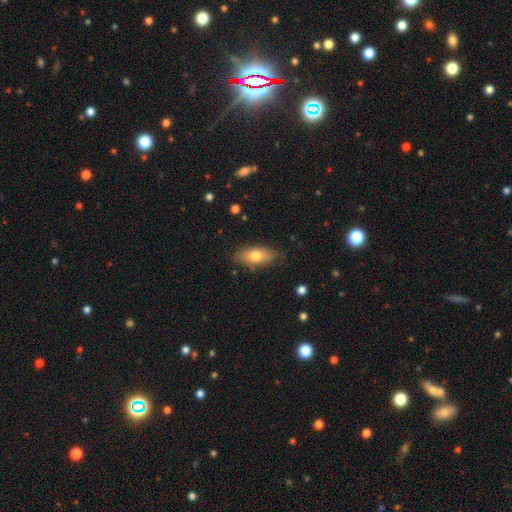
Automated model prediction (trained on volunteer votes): The model was most divided on "smooth or featured": smooth: 72%, featured or disk: 21%, star or artifact: 7%. More confident: how rounded — in between (82%); merging — none (80%).